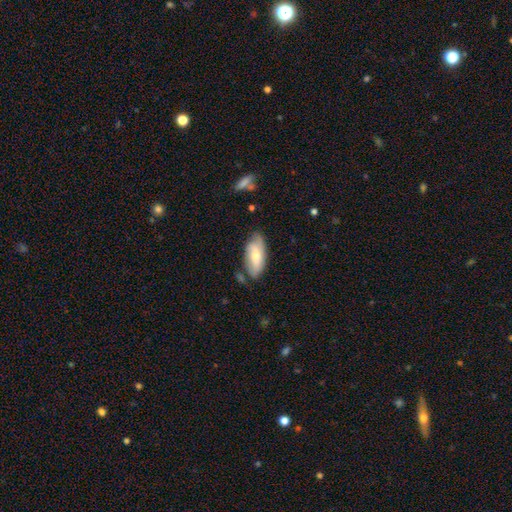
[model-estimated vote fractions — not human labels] smooth_or_featured: smooth (p=0.60) [alt: featured or disk p=0.34]
how_rounded: in between (p=0.86) [alt: cigar-shaped p=0.11]
merging: none (p=0.66) [alt: minor disturbance p=0.24]